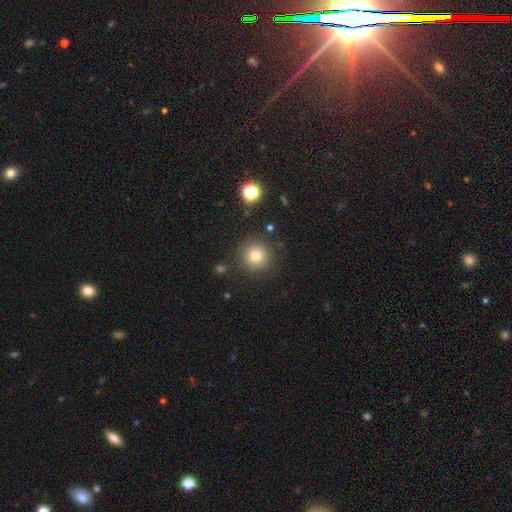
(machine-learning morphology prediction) A smooth galaxy with no disk features (77%) that is round (95%).

Vote fractions:
- Smooth or featured? smooth: 77% / star or artifact: 14% / featured or disk: 9%
- How rounded? round: 95% / in between: 4% / cigar-shaped: 1%
- Merging? none: 88% / minor disturbance: 7% / major disturbance: 3% / merger: 2%